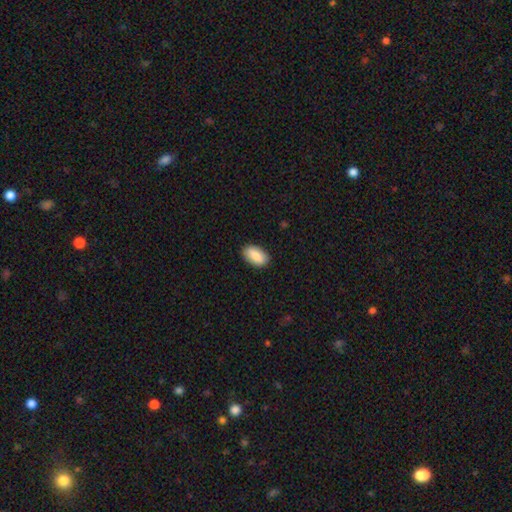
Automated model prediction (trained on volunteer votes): smooth_or_featured: smooth (p=0.89) [alt: star or artifact p=0.06]
how_rounded: in between (p=0.94) [alt: round p=0.04]
merging: none (p=0.88) [alt: minor disturbance p=0.09]